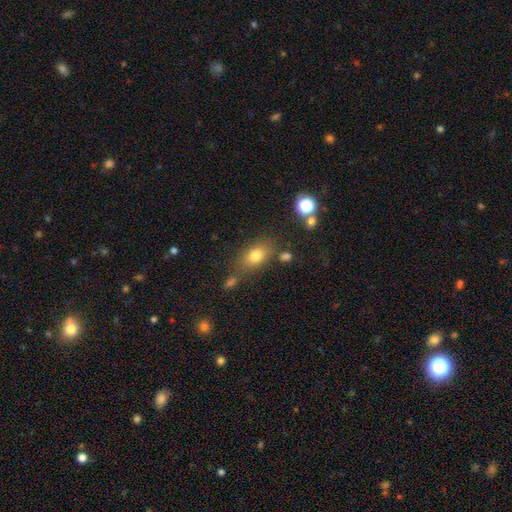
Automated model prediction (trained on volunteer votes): A smooth galaxy with no disk features (77%) that is in between round and cigar-shaped (79%). Merging: none (70%).